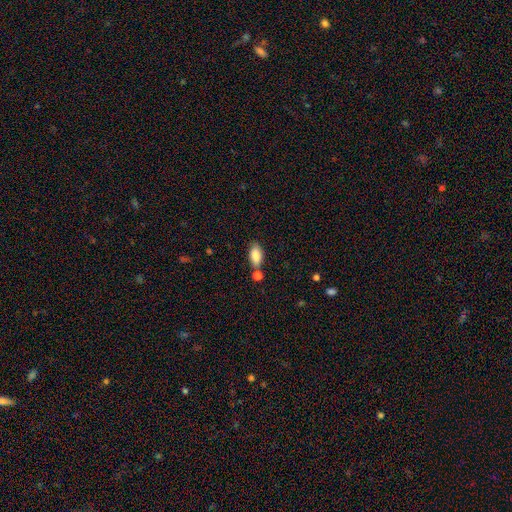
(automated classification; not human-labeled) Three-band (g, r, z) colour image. It shows a smooth galaxy with no disk features (86%) that is in between round and cigar-shaped (91%). Merging: none (68%).